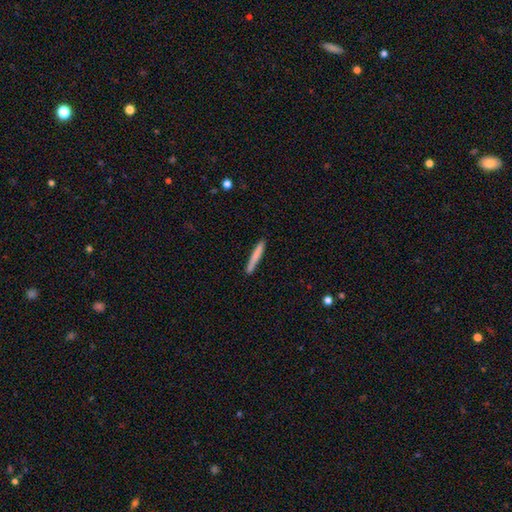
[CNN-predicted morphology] Smooth or featured: smooth — 76% (featured or disk — 18%)
How rounded: cigar-shaped — 96% (in between — 3%)
Merging: none — 86% (minor disturbance — 10%)